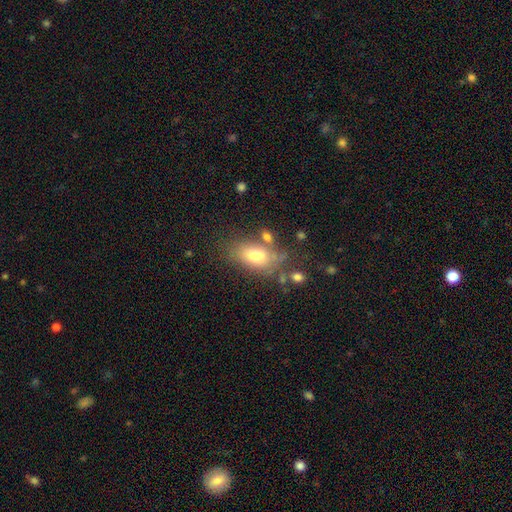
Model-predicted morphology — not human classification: type=smooth (71%); roundness=in between (87%); merging=none (55%).